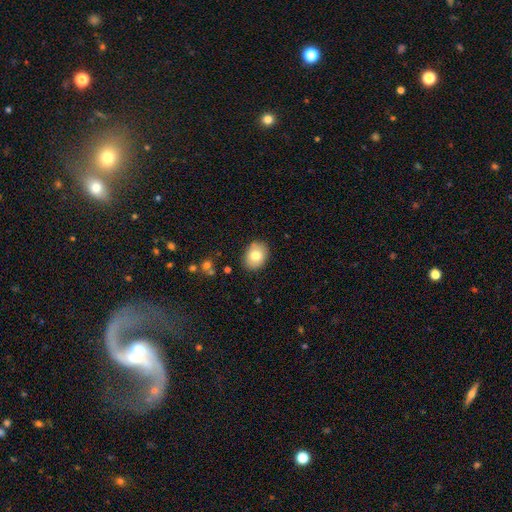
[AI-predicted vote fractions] Smooth or featured? Predicted: smooth (p=0.77). How rounded? Predicted: in between (p=0.62). Merging? Predicted: none (p=0.85).